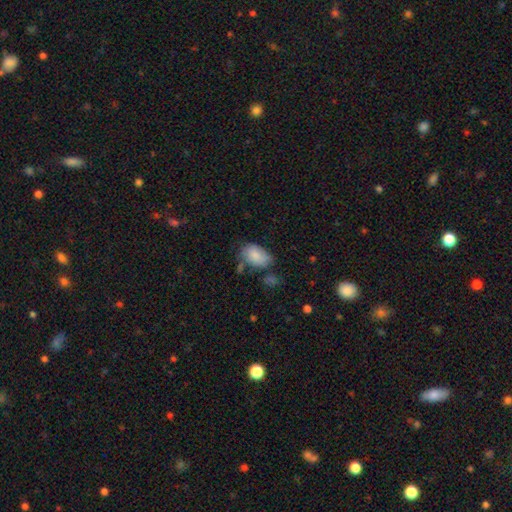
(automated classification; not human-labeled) smooth 83%, featured or disk 10%, star or artifact 7%. Down the decision tree: how rounded — in between (87%); merging — none (51%).